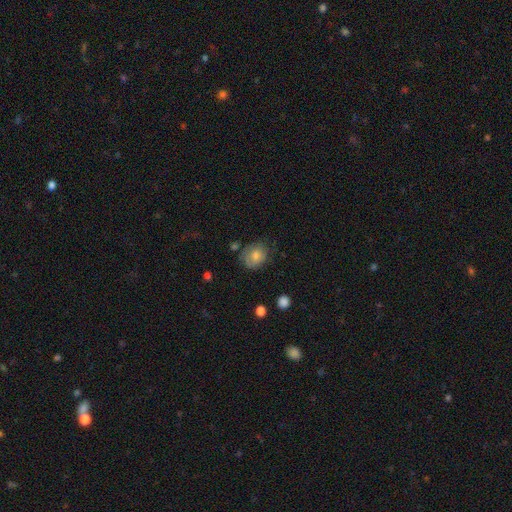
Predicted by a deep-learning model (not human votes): This appears to be a smooth galaxy with no disk features (63%) that is round (56%). Merging: none (67%).